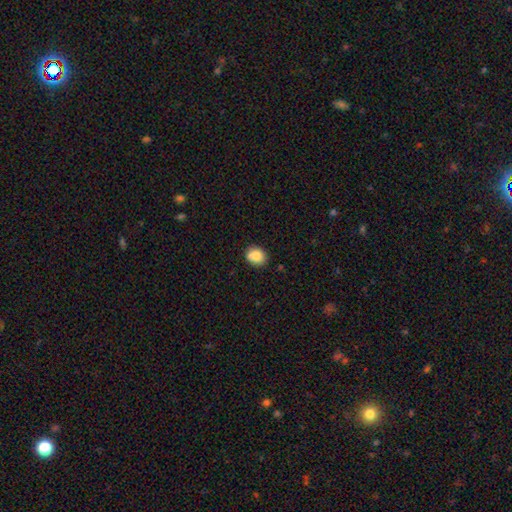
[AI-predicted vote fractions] Smooth or featured? smooth (82%)
How rounded? round (61%)
Merging? none (64%)